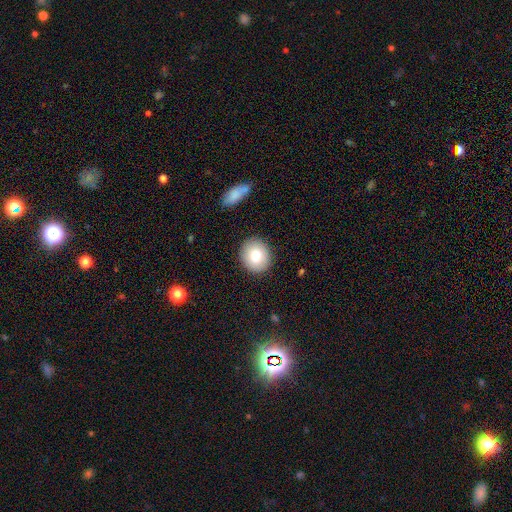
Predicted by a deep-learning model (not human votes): A smooth galaxy with no disk features (80%) that is round (76%).

Vote fractions:
- Smooth or featured? smooth: 80% / featured or disk: 12% / star or artifact: 8%
- How rounded? round: 76% / in between: 23% / cigar-shaped: 1%
- Merging? none: 89% / minor disturbance: 8% / major disturbance: 2% / merger: 1%